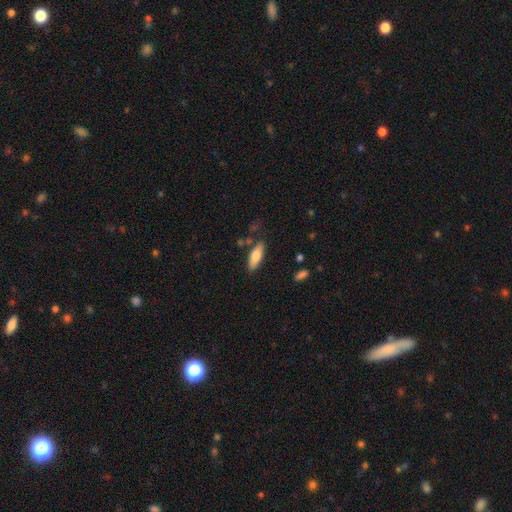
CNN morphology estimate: The model was most divided on "how rounded": in between: 62%, cigar-shaped: 36%, round: 2%. More confident: merging — none (79%); smooth or featured — smooth (73%).